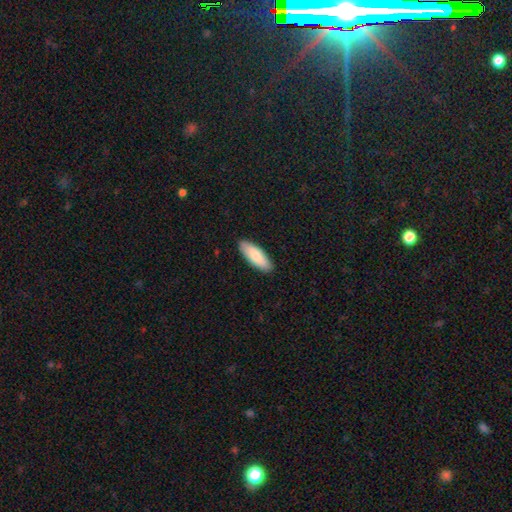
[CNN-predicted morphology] smooth-or-featured: smooth: 82% | featured or disk: 13% | star or artifact: 5%
  how-rounded: in between: 71% | cigar-shaped: 28% | round: 2%
  merging: none: 89% | minor disturbance: 8% | major disturbance: 1% | merger: 1%